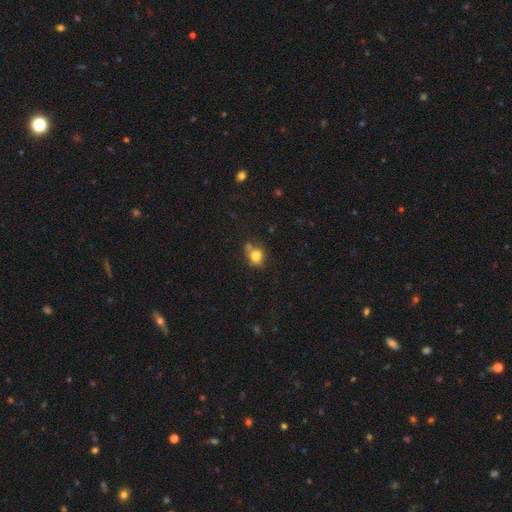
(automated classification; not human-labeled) Smooth or featured? Predicted: smooth (p=0.78). How rounded? Predicted: round (p=0.65). Merging? Predicted: none (p=0.58).